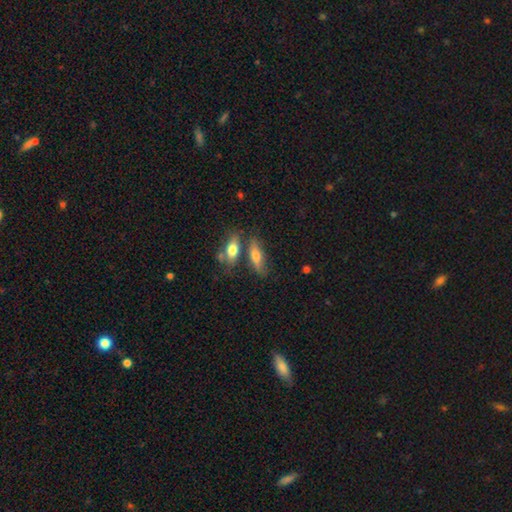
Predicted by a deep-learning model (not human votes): smooth 68%, featured or disk 25%, star or artifact 7%. Down the decision tree: how rounded — in between (57%); merging — none (57%).